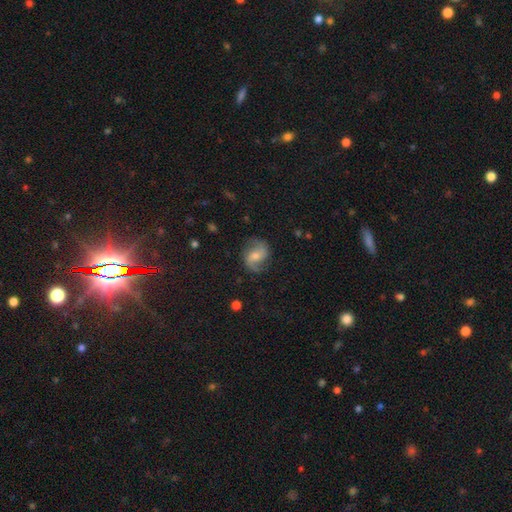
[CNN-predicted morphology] Smooth or featured: featured or disk — 73% (smooth — 19%)
Edge-on disk: no — 98% (yes — 2%)
Bar: no — 47% (weak — 41%)
Spiral arms: yes — 94% (no — 6%)
Spiral winding: loose — 51% (medium — 38%)
Spiral arm count: 2 — 89% (can't tell — 4%)
Bulge size: moderate — 50% (small — 39%)
Merging: none — 75% (minor disturbance — 16%)